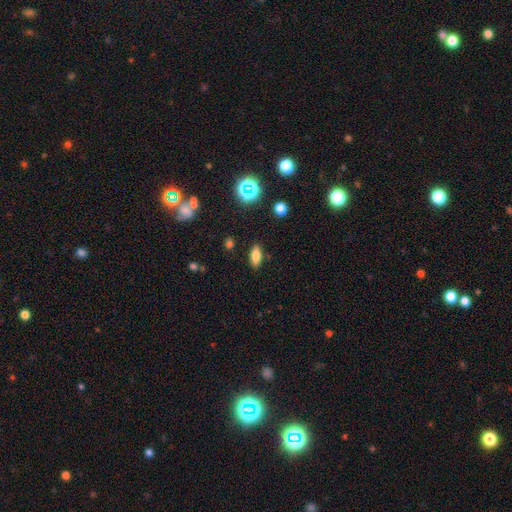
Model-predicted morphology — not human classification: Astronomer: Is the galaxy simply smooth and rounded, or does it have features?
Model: smooth — 77%.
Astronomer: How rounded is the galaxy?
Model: in between — 80%.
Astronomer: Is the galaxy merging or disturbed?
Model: none — 87%.